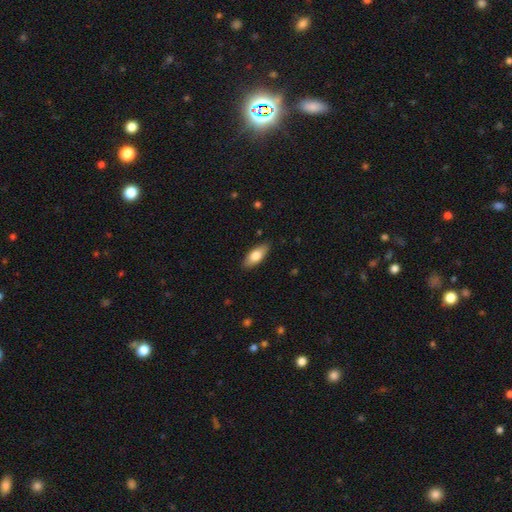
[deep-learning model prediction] Overall: smooth (74%). How rounded: in between (80%). Merging: none (87%).